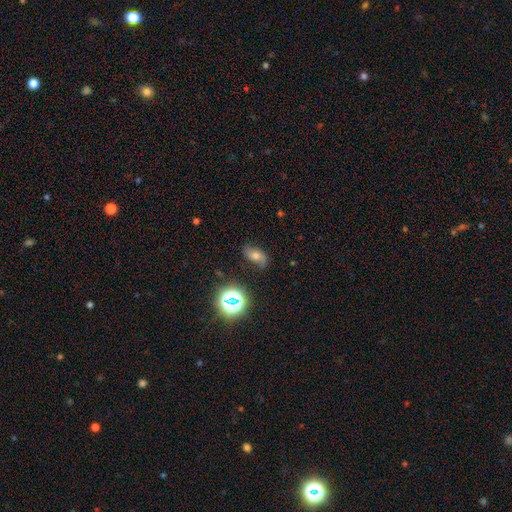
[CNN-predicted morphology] smooth 45%, featured or disk 33%, star or artifact 22%. Down the decision tree: merging — none (76%).